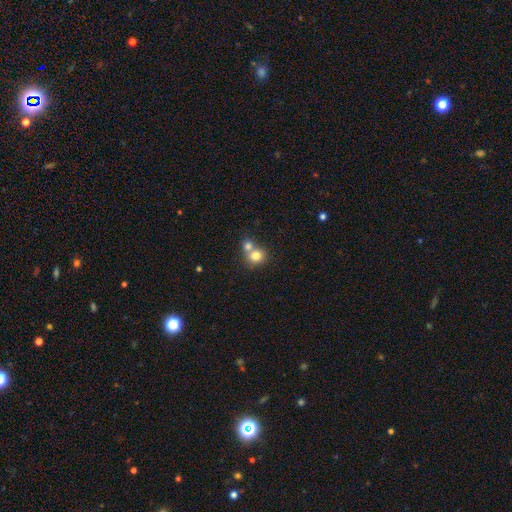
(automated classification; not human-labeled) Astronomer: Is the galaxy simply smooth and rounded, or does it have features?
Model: smooth — 78%.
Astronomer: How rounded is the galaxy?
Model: round — 79%.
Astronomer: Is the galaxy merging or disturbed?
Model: merger — 56% (runner-up: none, 36%).